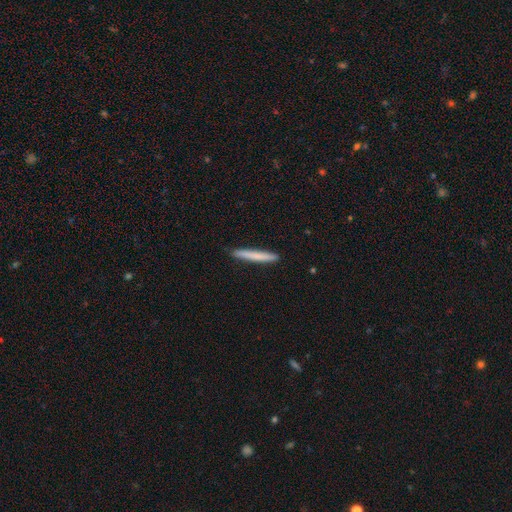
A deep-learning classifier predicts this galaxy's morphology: Smooth or featured: smooth — 74% (featured or disk — 20%)
How rounded: cigar-shaped — 97% (in between — 2%)
Merging: none — 91% (minor disturbance — 7%)